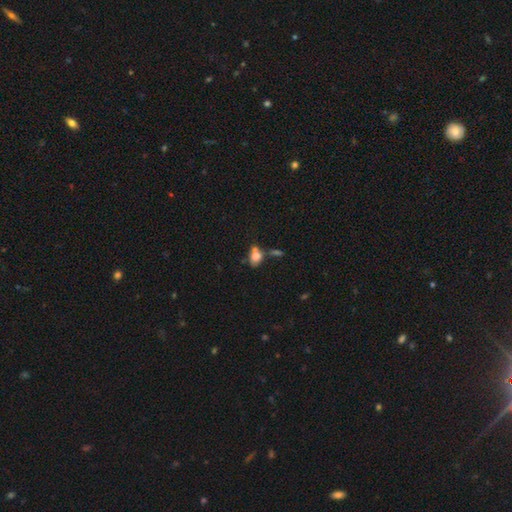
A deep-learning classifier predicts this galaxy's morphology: The model was most divided on "merging": none: 38%, merger: 34%, minor disturbance: 18%, major disturbance: 9%. More confident: smooth or featured — smooth (74%); how rounded — in between (72%).